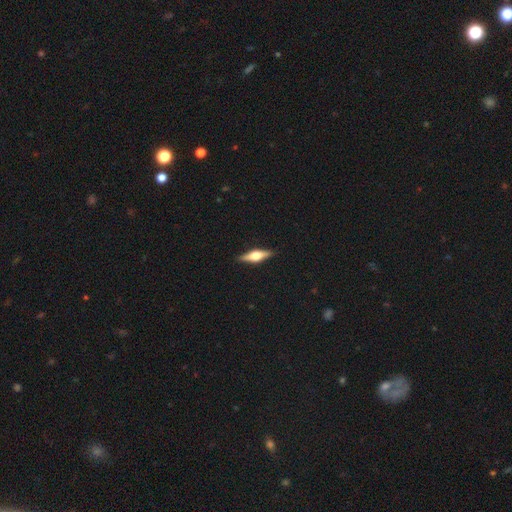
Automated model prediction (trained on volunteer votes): A featured or disk galaxy (66%) viewed edge-on (97%) with a rounded central bulge (93%). Merging: none (90%).